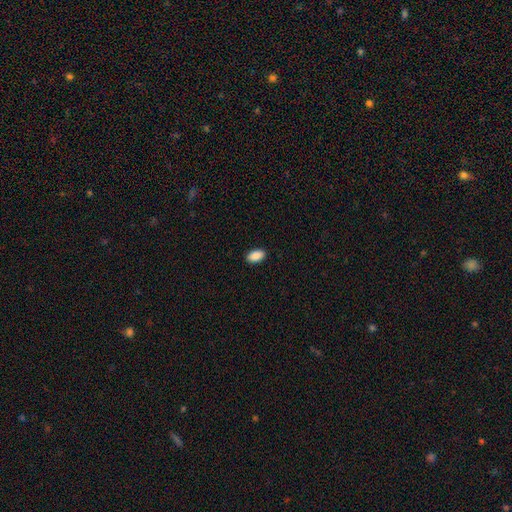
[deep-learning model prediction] smooth 90%, star or artifact 7%, featured or disk 3%. Down the decision tree: how rounded — in between (94%); merging — none (90%).